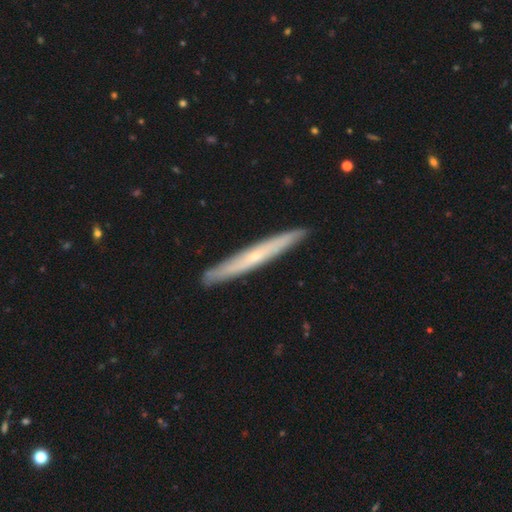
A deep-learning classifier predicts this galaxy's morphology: smooth_or_featured: featured or disk (p=0.60) [alt: smooth p=0.34]
disk_edge_on: yes (p=0.92) [alt: no p=0.08]
edge_on_bulge: none (p=0.50) [alt: rounded p=0.48]
merging: none (p=0.91) [alt: minor disturbance p=0.07]